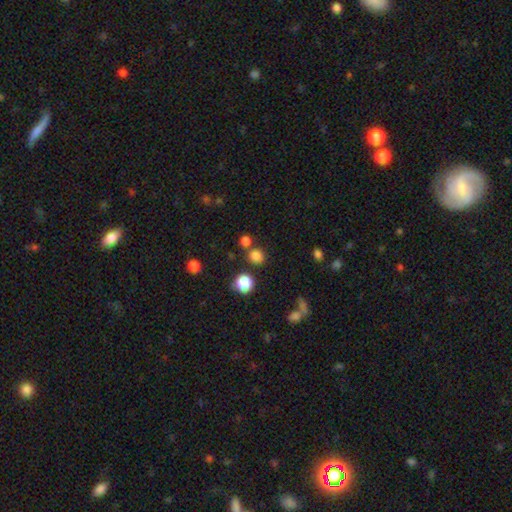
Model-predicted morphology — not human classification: A smooth galaxy with no disk features (78%) that is round (84%).

Vote fractions:
- Smooth or featured? smooth: 78% / star or artifact: 17% / featured or disk: 5%
- How rounded? round: 84% / in between: 15% / cigar-shaped: 1%
- Merging? none: 73% / merger: 14% / minor disturbance: 8% / major disturbance: 4%